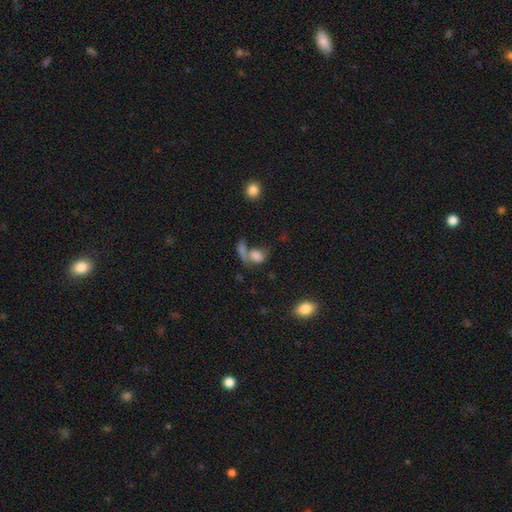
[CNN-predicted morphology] type=smooth (72%); roundness=in between (67%); merging=merger (48%).